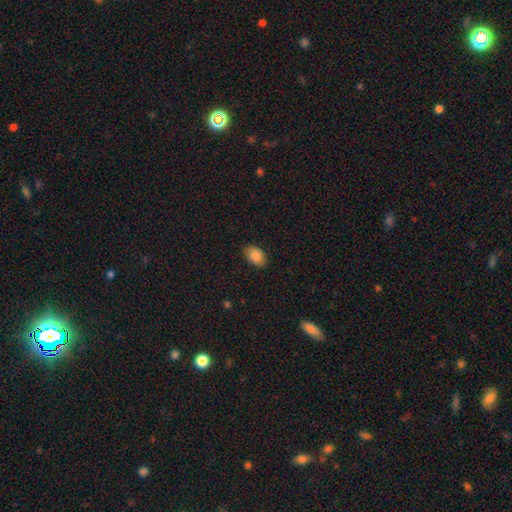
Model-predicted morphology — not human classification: smooth 84%, featured or disk 9%, star or artifact 8%. Down the decision tree: how rounded — in between (88%); merging — none (87%).